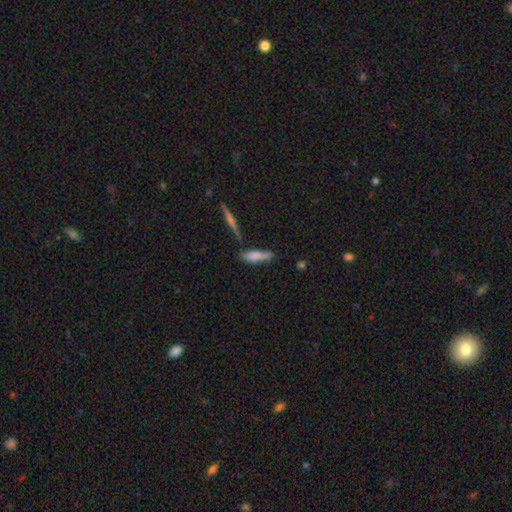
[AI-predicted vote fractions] This appears to be a smooth galaxy with no disk features (69%) that is cigar-shaped (69%). Merging: none (55%).